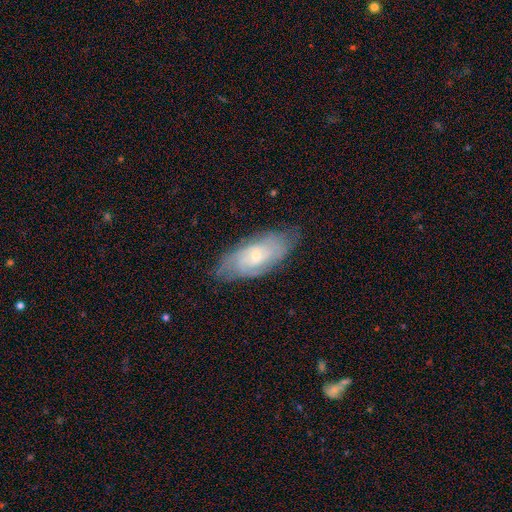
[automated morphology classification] smooth-or-featured: featured or disk: 71% | smooth: 23% | star or artifact: 7%
  disk-edge-on: no: 91% | yes: 9%
    bar: no: 68% | weak: 27% | strong: 5%
    has-spiral-arms: yes: 88% | no: 12%
      spiral-winding: tight: 64% | medium: 28% | loose: 8%
      spiral-arm-count: can't tell: 48% | 2: 27% | 3: 12% | 4: 6% | 1: 4% | more than 4: 3%
    bulge-size: small: 65% | moderate: 31% | none: 2% | large: 1% | dominant: 1%
  merging: none: 74% | minor disturbance: 20% | major disturbance: 5% | merger: 1%